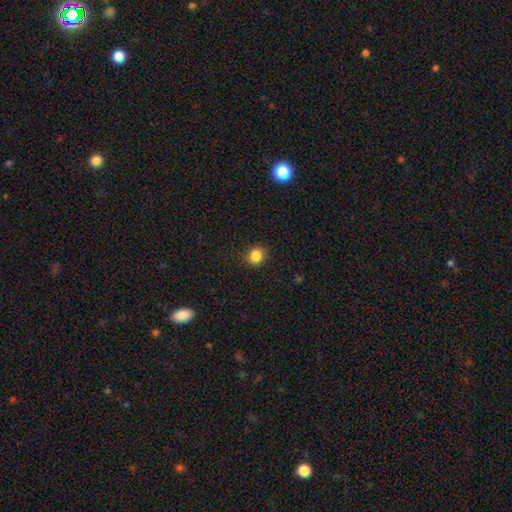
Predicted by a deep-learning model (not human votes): The model was most divided on "how rounded": round: 78%, in between: 21%, cigar-shaped: 1%. More confident: merging — none (88%); smooth or featured — smooth (85%).